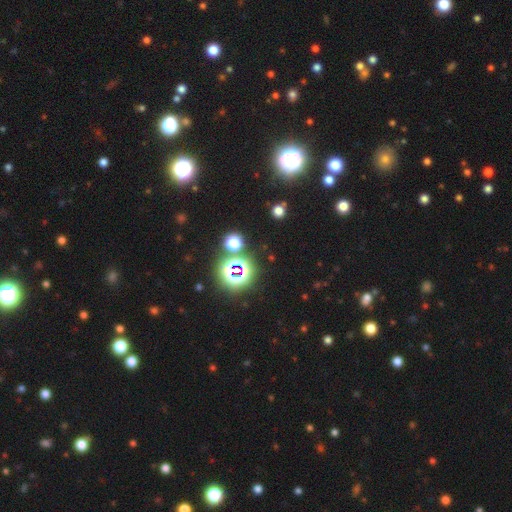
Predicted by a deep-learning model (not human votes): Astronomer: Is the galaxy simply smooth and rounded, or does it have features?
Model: star or artifact — 79%.